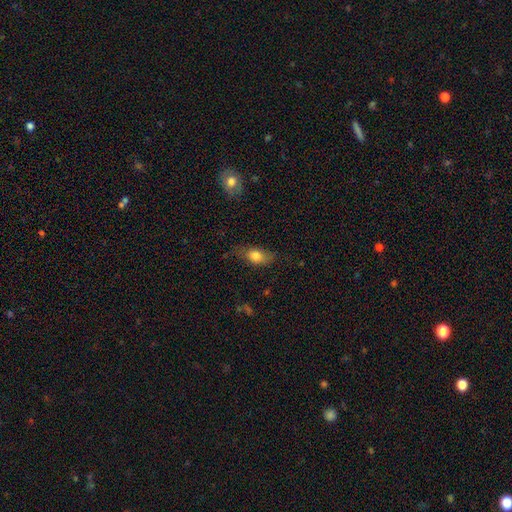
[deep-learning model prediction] Morphology: type=smooth (77%); roundness=in between (82%); merging=none (63%).